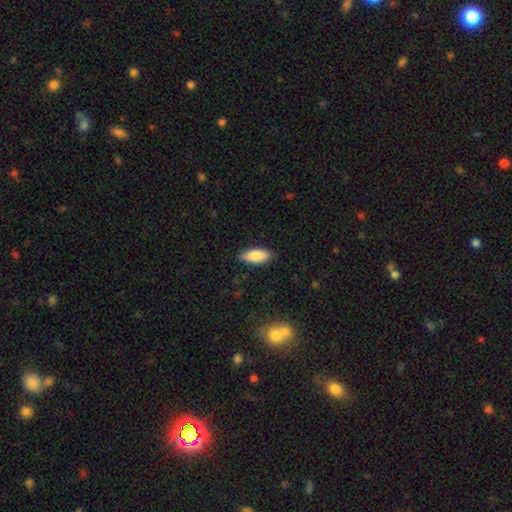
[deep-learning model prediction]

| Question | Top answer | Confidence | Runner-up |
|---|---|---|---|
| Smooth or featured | smooth | 88% | star or artifact (6%) |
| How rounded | in between | 86% | cigar-shaped (12%) |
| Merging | none | 85% | minor disturbance (11%) |